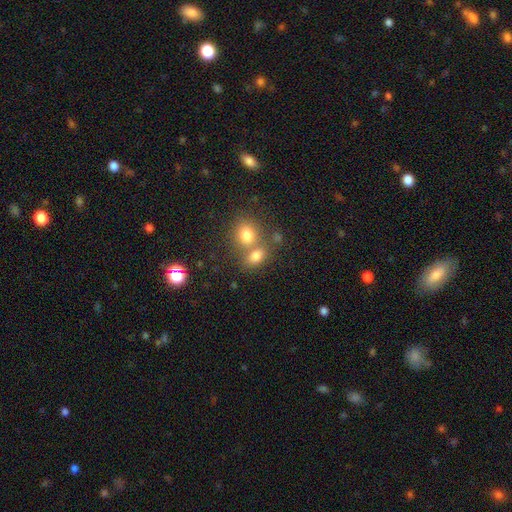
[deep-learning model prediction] Overall: smooth (77%). How rounded: in between (65%; round 34%). Merging: merger (49%; none 38%).